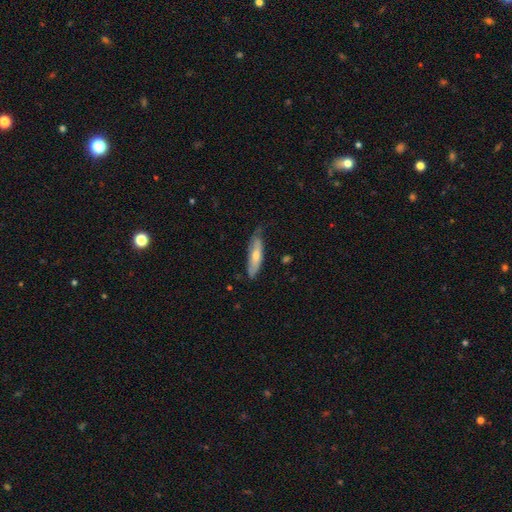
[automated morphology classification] This appears to be a smooth galaxy with no disk features (49%). Merging: none (65%).